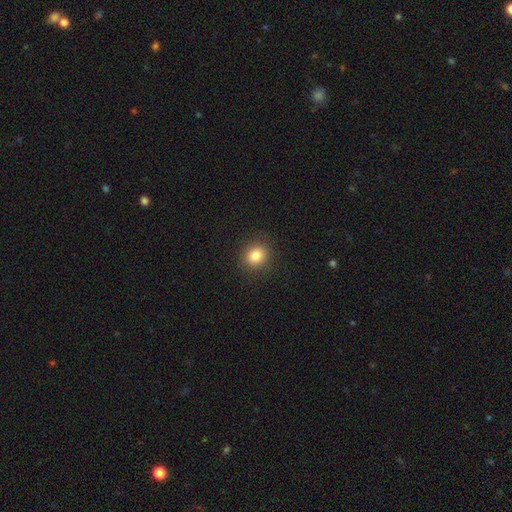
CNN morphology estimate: A smooth galaxy with no disk features (83%) that is round (79%).

Vote fractions:
- Smooth or featured? smooth: 83% / star or artifact: 11% / featured or disk: 6%
- How rounded? round: 79% / in between: 20% / cigar-shaped: 1%
- Merging? none: 90% / minor disturbance: 7% / major disturbance: 2% / merger: 1%